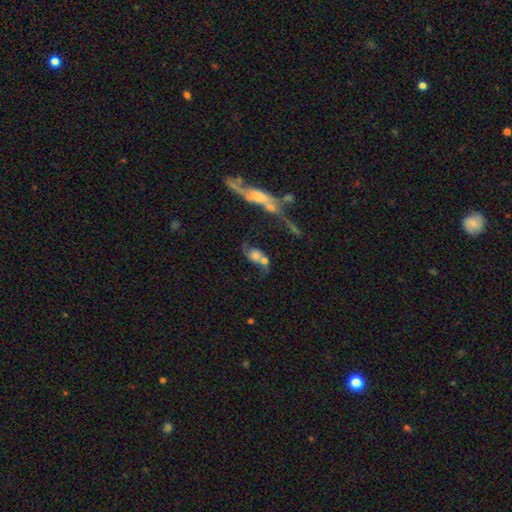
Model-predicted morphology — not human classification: featured or disk 62%, smooth 26%, star or artifact 11%. Down the decision tree: edge-on disk — no (92%); bar — no (73%); spiral arms — yes (85%); bulge size — moderate (35%); merging — merger (47%).